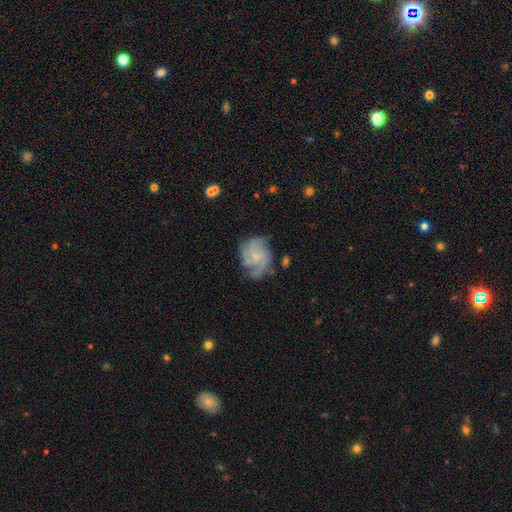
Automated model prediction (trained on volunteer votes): smooth-or-featured: featured or disk: 78% | smooth: 15% | star or artifact: 7%
  disk-edge-on: no: 98% | yes: 2%
    bar: no: 73% | weak: 24% | strong: 3%
    has-spiral-arms: yes: 94% | no: 6%
      spiral-winding: tight: 43% | medium: 41% | loose: 16%
      spiral-arm-count: 3: 34% | can't tell: 24% | 2: 19% | 4: 11% | 1: 6% | more than 4: 6%
    bulge-size: small: 70% | none: 15% | moderate: 13% | large: 1% | dominant: 1%
  merging: none: 63% | minor disturbance: 23% | major disturbance: 12% | merger: 2%